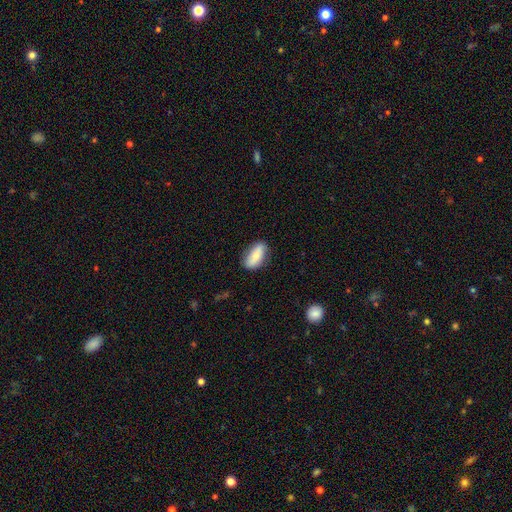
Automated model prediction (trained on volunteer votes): Smooth or featured? Predicted: smooth (p=0.70). How rounded? Predicted: in between (p=0.85). Merging? Predicted: none (p=0.80).